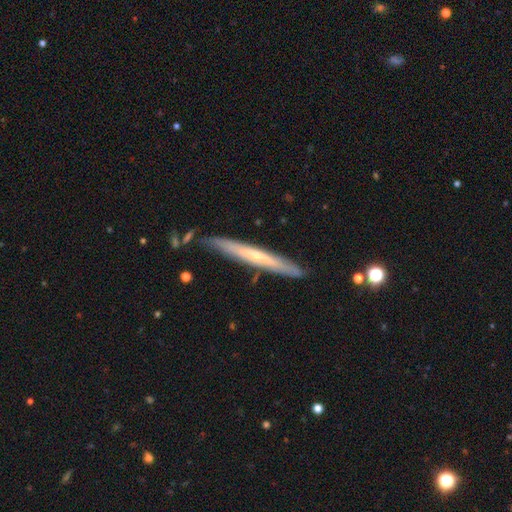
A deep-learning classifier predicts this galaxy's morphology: featured or disk 58%, smooth 37%, star or artifact 5%. Down the decision tree: edge-on disk — yes (92%); edge-on bulge — none (52%); merging — none (82%).